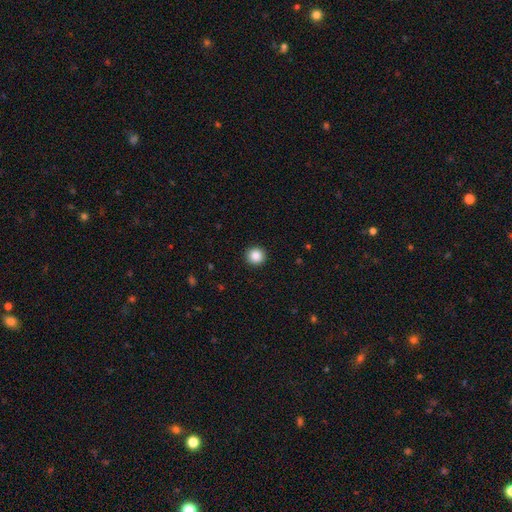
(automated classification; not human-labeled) smooth_or_featured: smooth (p=0.86) [alt: star or artifact p=0.10]
how_rounded: round (p=0.95) [alt: in between p=0.04]
merging: none (p=0.93) [alt: minor disturbance p=0.04]